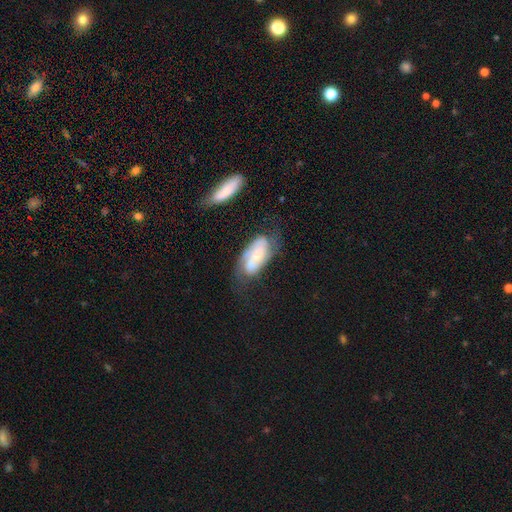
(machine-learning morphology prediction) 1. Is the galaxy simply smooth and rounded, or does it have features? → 58% featured or disk, 35% smooth, 8% star or artifact.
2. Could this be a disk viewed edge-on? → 93% no, 7% yes.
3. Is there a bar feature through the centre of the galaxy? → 66% no, 26% weak, 8% strong.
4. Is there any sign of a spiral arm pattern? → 81% yes, 19% no.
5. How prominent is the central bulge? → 51% small, 25% moderate, 14% none, 7% large, 3% dominant.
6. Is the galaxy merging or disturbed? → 46% none, 25% minor disturbance, 17% major disturbance, 13% merger.